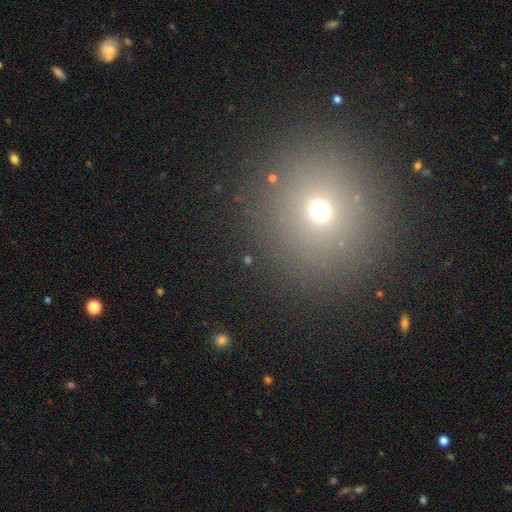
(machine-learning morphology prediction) Smooth or featured? smooth (60%)
How rounded? round (91%)
Merging? none (91%)